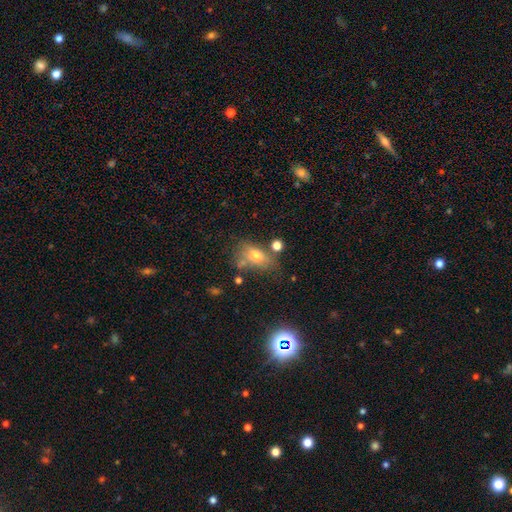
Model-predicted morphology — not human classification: smooth 65%, featured or disk 21%, star or artifact 13%. Down the decision tree: how rounded — in between (80%); merging — none (53%).